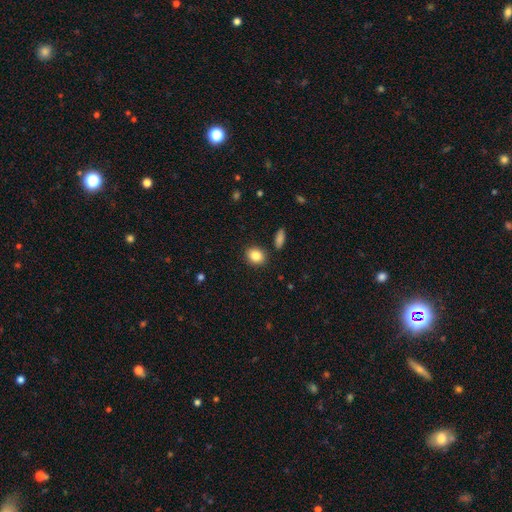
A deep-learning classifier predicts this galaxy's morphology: A smooth galaxy with no disk features (86%) that is round (53%).

Vote fractions:
- Smooth or featured? smooth: 86% / star or artifact: 9% / featured or disk: 6%
- How rounded? round: 53% / in between: 46% / cigar-shaped: 1%
- Merging? none: 86% / minor disturbance: 8% / merger: 3% / major disturbance: 2%